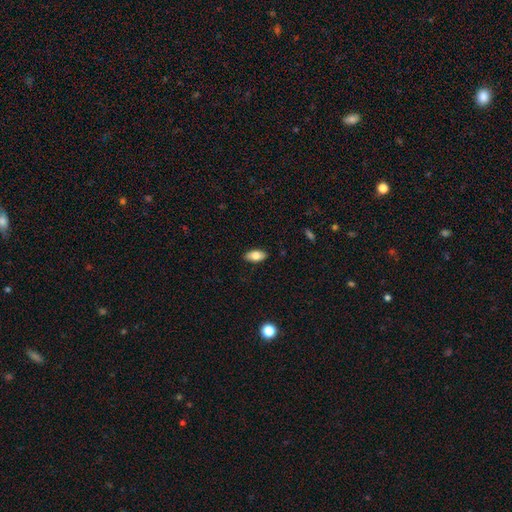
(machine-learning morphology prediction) The model was most divided on "smooth or featured": smooth: 79%, featured or disk: 14%, star or artifact: 7%. More confident: how rounded — in between (91%); merging — none (88%).